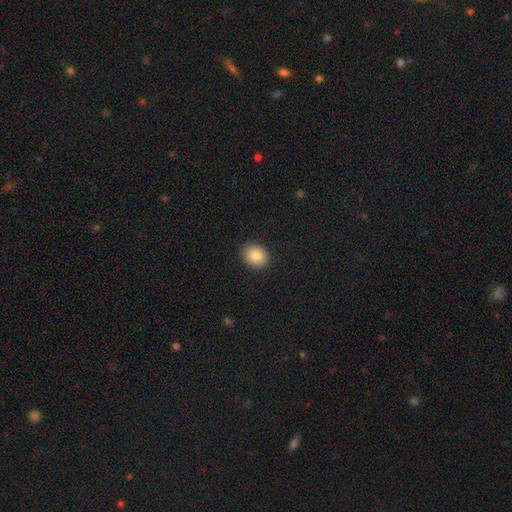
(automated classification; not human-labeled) Smooth or featured: smooth — 88% (star or artifact — 8%)
How rounded: round — 54% (in between — 45%)
Merging: none — 90% (minor disturbance — 7%)